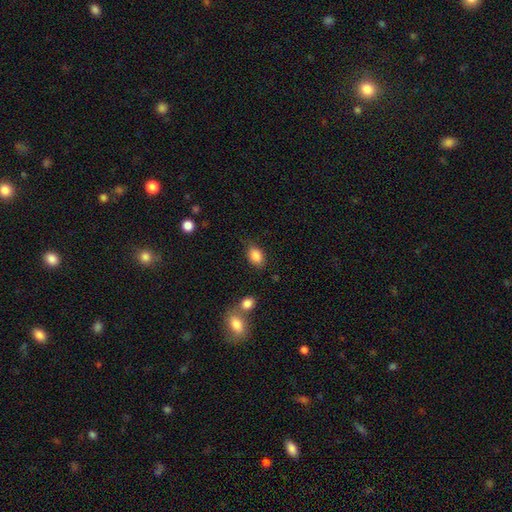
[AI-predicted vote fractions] smooth-or-featured: smooth: 87% | star or artifact: 8% | featured or disk: 5%
  how-rounded: in between: 83% | round: 15% | cigar-shaped: 2%
  merging: none: 76% | minor disturbance: 16% | major disturbance: 4% | merger: 4%